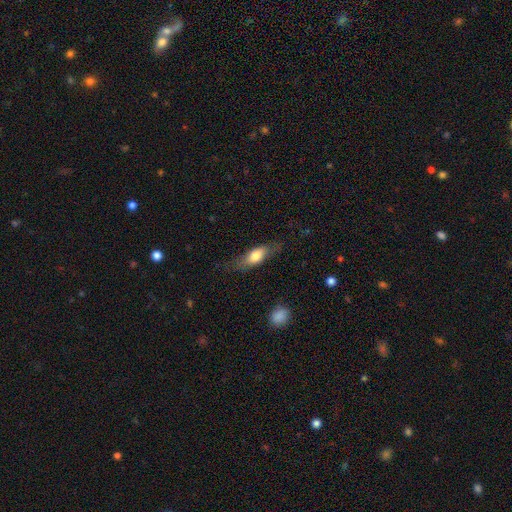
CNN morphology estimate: Q: Smooth or featured?
A: smooth (66%); runner-up: featured or disk (28%)
Q: How rounded?
A: in between (60%); runner-up: cigar-shaped (36%)
Q: Merging?
A: none (71%); runner-up: minor disturbance (19%)